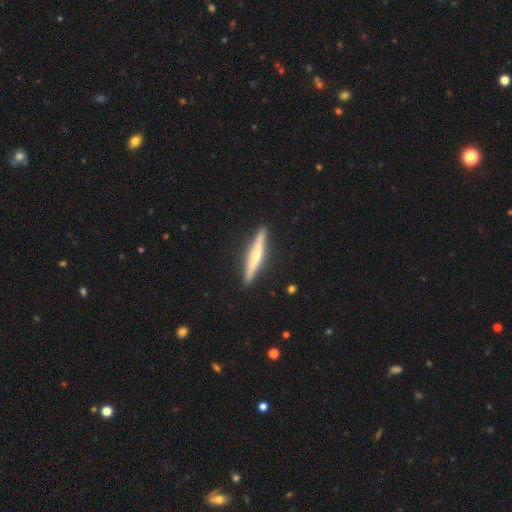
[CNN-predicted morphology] This appears to be a featured or disk galaxy (61%) viewed edge-on (97%) with a rounded central bulge (75%). Merging: none (91%).